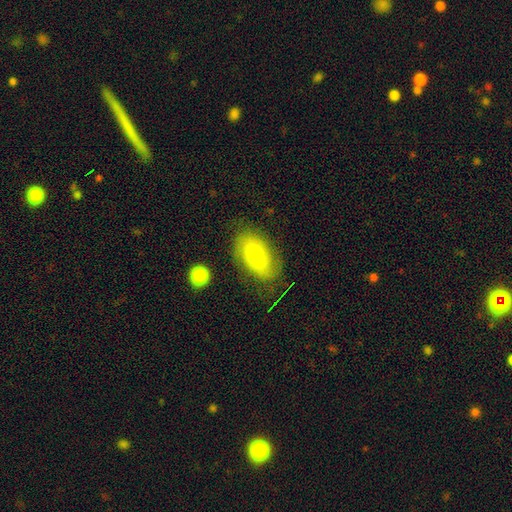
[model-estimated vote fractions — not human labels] The model was most divided on "smooth or featured": smooth: 62%, featured or disk: 30%, star or artifact: 8%. More confident: how rounded — in between (91%); merging — none (74%).